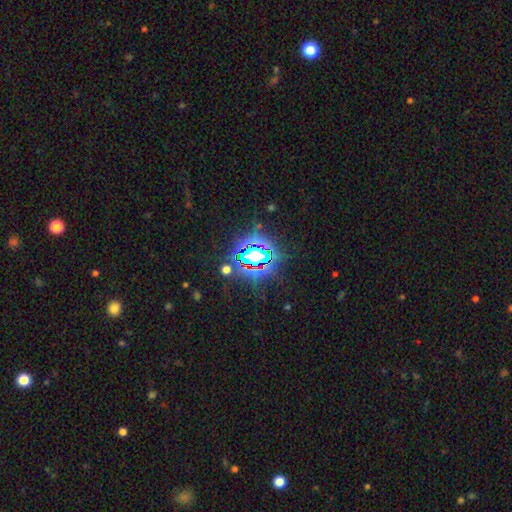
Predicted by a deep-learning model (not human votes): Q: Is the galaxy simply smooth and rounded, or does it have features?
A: star or artifact — 81%.